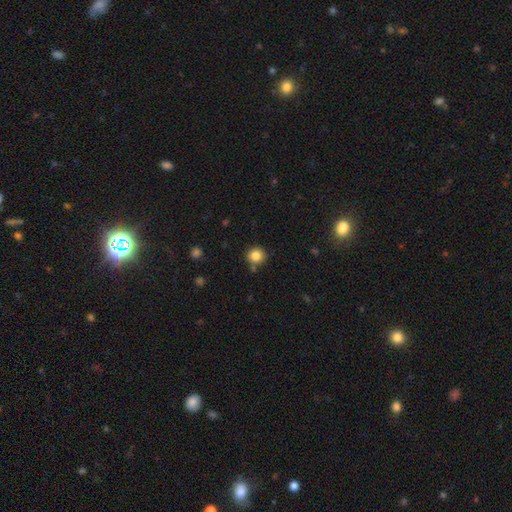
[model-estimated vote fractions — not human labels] Q: Smooth or featured?
A: smooth (84%); runner-up: star or artifact (11%)
Q: How rounded?
A: round (90%); runner-up: in between (9%)
Q: Merging?
A: none (82%); runner-up: minor disturbance (10%)